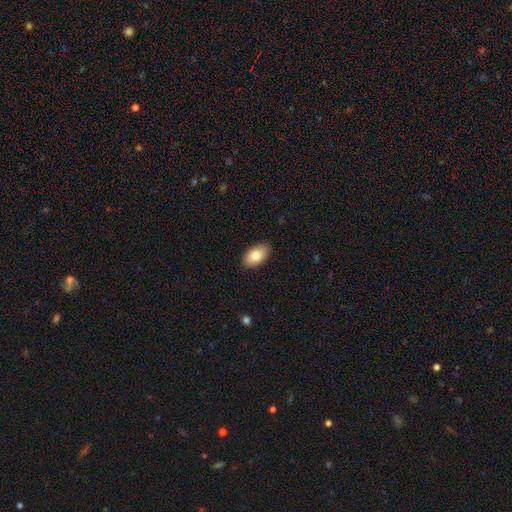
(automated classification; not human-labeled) Smooth or featured? Predicted: smooth (p=0.80). How rounded? Predicted: in between (p=0.93). Merging? Predicted: none (p=0.88).